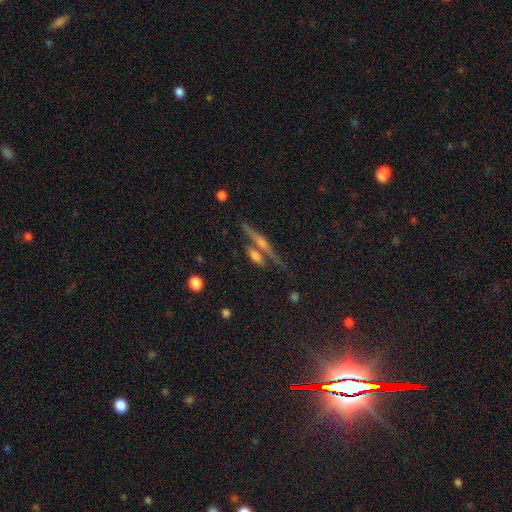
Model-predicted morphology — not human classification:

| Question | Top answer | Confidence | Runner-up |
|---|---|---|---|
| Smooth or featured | featured or disk | 50% | smooth (40%) |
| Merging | none | 54% | merger (29%) |